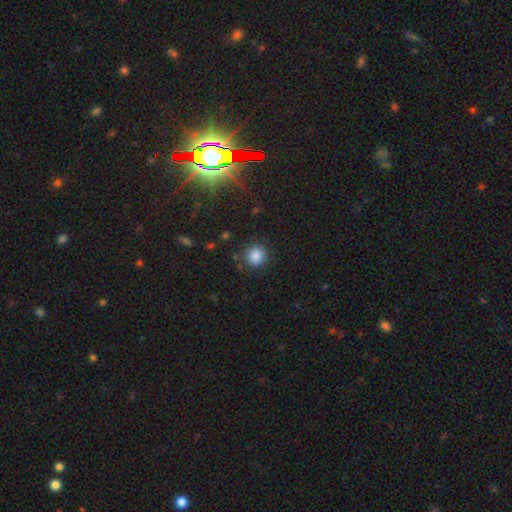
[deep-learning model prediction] Morphology: type=smooth (86%); roundness=round (90%); merging=none (85%).